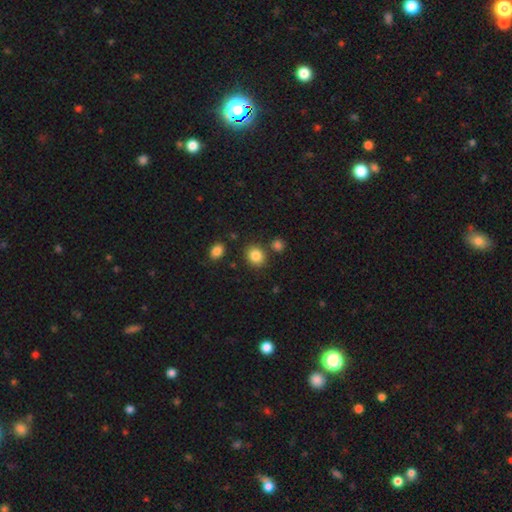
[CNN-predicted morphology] This appears to be a smooth galaxy with no disk features (85%) that is round (66%). Merging: none (81%).